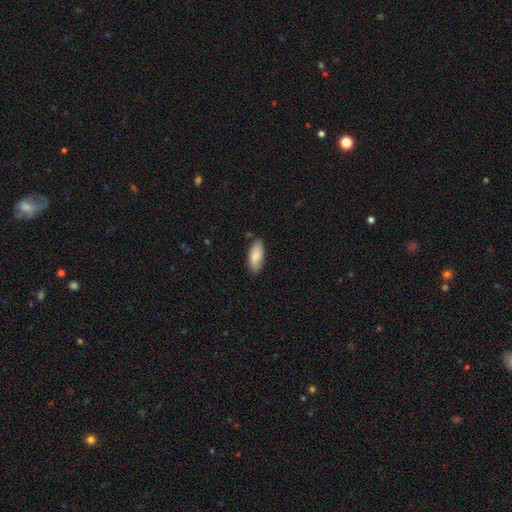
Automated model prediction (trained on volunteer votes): smooth_or_featured: smooth (p=0.85) [alt: featured or disk p=0.09]
how_rounded: in between (p=0.86) [alt: cigar-shaped p=0.13]
merging: none (p=0.82) [alt: minor disturbance p=0.13]